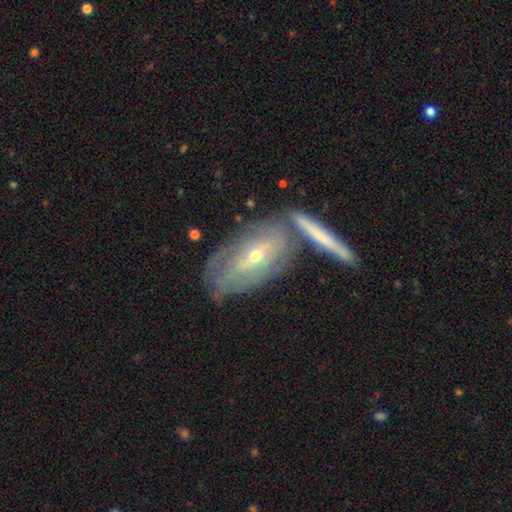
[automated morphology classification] smooth-or-featured: featured or disk: 70% | smooth: 24% | star or artifact: 7%
  disk-edge-on: no: 81% | yes: 19%
    bar: no: 57% | weak: 29% | strong: 14%
    has-spiral-arms: yes: 67% | no: 33%
    bulge-size: small: 59% | moderate: 38% | large: 1% | none: 1% | dominant: 1%
  merging: none: 55% | merger: 20% | minor disturbance: 18% | major disturbance: 7%